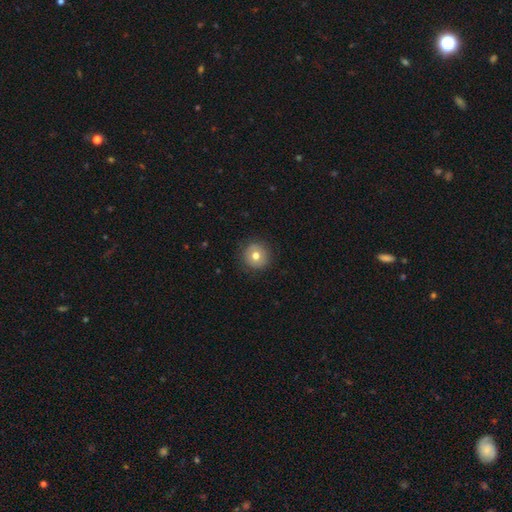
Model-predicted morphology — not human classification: A smooth galaxy with no disk features (72%) that is round (94%). Merging: none (88%).